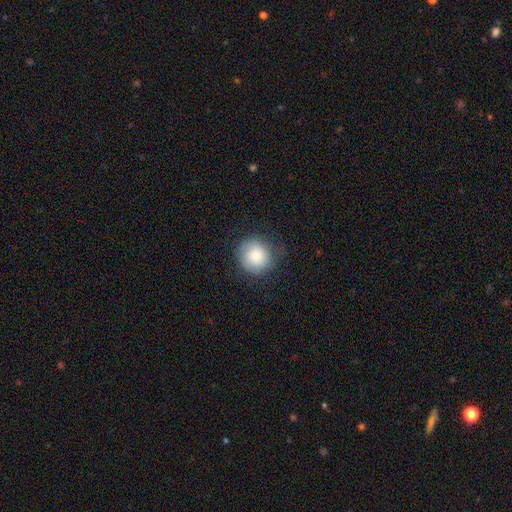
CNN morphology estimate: The model was most divided on "merging": none: 78%, minor disturbance: 16%, major disturbance: 5%, merger: 1%. More confident: how rounded — round (89%); smooth or featured — smooth (77%).